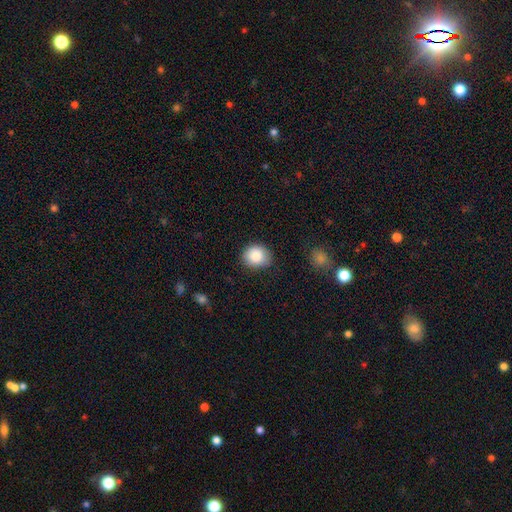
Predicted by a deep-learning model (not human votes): Smooth or featured? Predicted: smooth (p=0.86). How rounded? Predicted: round (p=0.68). Merging? Predicted: none (p=0.80).